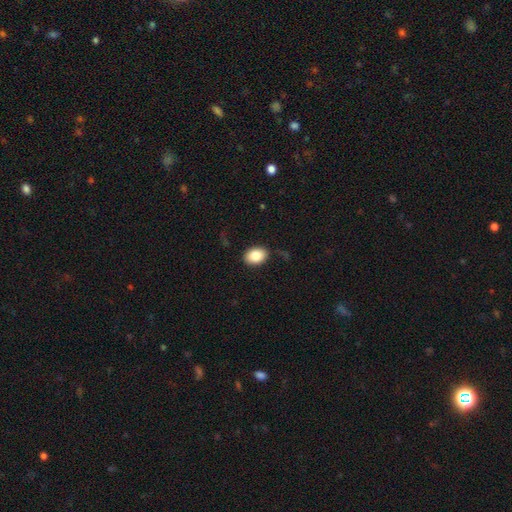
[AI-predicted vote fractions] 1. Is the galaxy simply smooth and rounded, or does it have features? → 85% smooth, 8% featured or disk, 8% star or artifact.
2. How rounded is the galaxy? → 80% in between, 19% round, 1% cigar-shaped.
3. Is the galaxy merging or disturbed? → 82% none, 13% minor disturbance, 3% major disturbance, 2% merger.